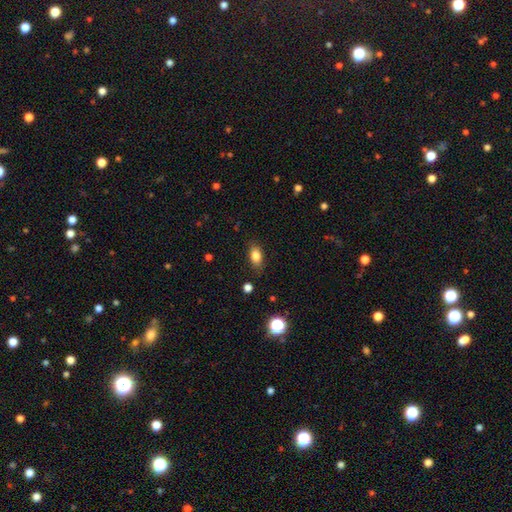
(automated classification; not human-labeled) A smooth galaxy with no disk features (83%) that is in between round and cigar-shaped (85%). Merging: none (82%).